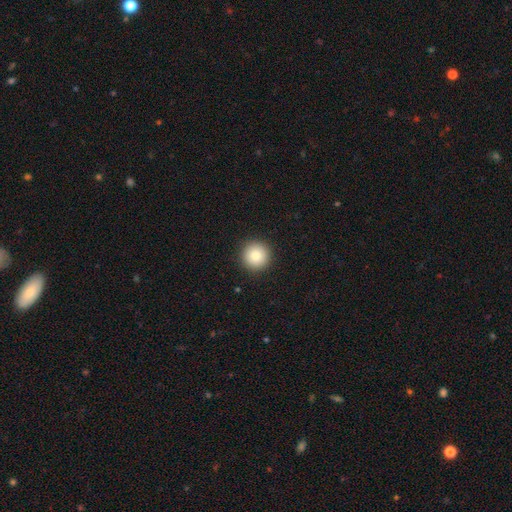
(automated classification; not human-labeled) Smooth or featured: smooth — 83% (star or artifact — 10%)
How rounded: round — 96% (in between — 3%)
Merging: none — 93% (minor disturbance — 5%)